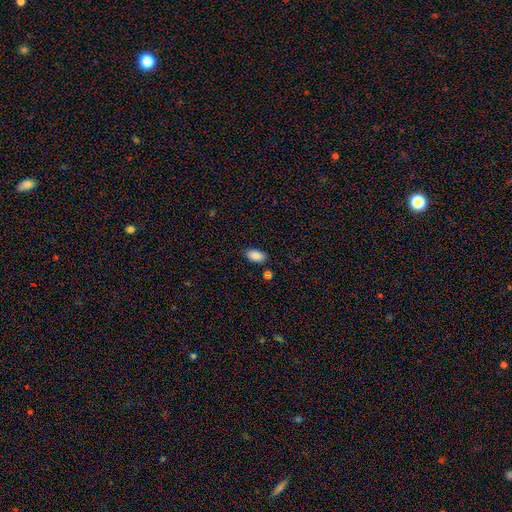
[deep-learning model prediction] A smooth galaxy with no disk features (88%) that is in between round and cigar-shaped (94%). Merging: none (82%).